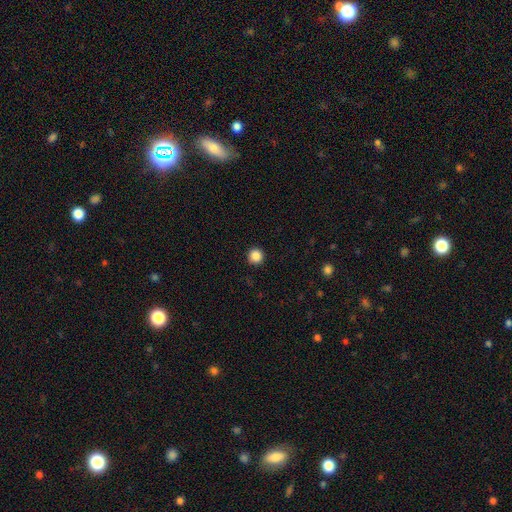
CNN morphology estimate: Q: Smooth or featured?
A: smooth (87%); runner-up: star or artifact (10%)
Q: How rounded?
A: round (95%); runner-up: in between (4%)
Q: Merging?
A: none (93%); runner-up: minor disturbance (5%)